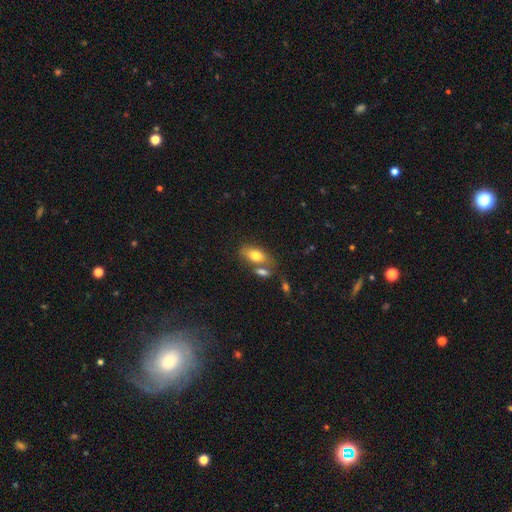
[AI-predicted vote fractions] Smooth or featured? Predicted: smooth (p=0.76). How rounded? Predicted: in between (p=0.86). Merging? Predicted: none (p=0.53).